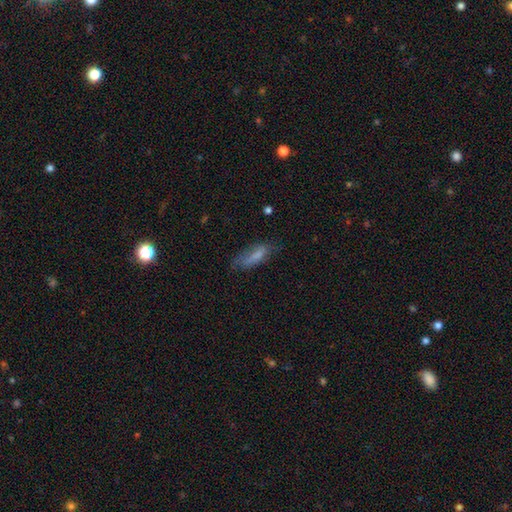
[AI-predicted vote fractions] A smooth galaxy with no disk features (69%) that is in between round and cigar-shaped (55%).

Vote fractions:
- Smooth or featured? smooth: 69% / featured or disk: 22% / star or artifact: 9%
- How rounded? in between: 55% / cigar-shaped: 43% / round: 2%
- Merging? none: 57% / minor disturbance: 28% / major disturbance: 14% / merger: 2%